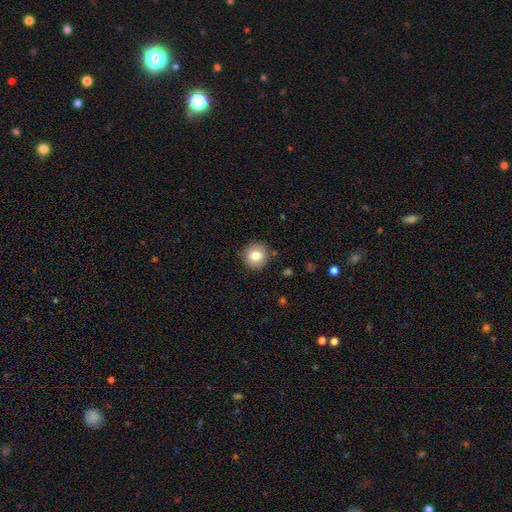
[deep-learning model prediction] Morphology: type=smooth (80%); roundness=round (93%); merging=none (90%).